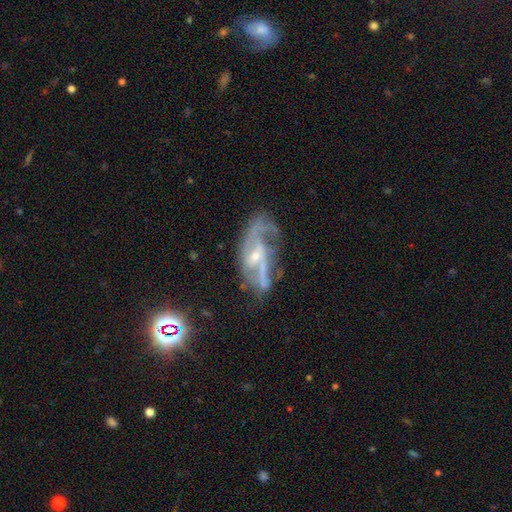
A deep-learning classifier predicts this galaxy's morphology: Smooth or featured: featured or disk — 80% (smooth — 11%)
Edge-on disk: no — 92% (yes — 8%)
Bar: no — 42% (weak — 39%)
Spiral arms: yes — 80% (no — 20%)
Spiral winding: loose — 42% (medium — 39%)
Spiral arm count: 2 — 53% (can't tell — 23%)
Bulge size: small — 66% (moderate — 29%)
Merging: none — 39% (major disturbance — 32%)